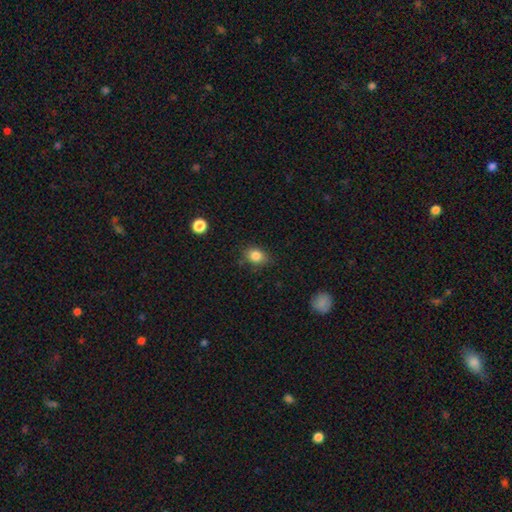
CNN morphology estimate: smooth_or_featured: smooth (p=0.83) [alt: star or artifact p=0.11]
how_rounded: in between (p=0.56) [alt: round p=0.42]
merging: none (p=0.77) [alt: minor disturbance p=0.18]